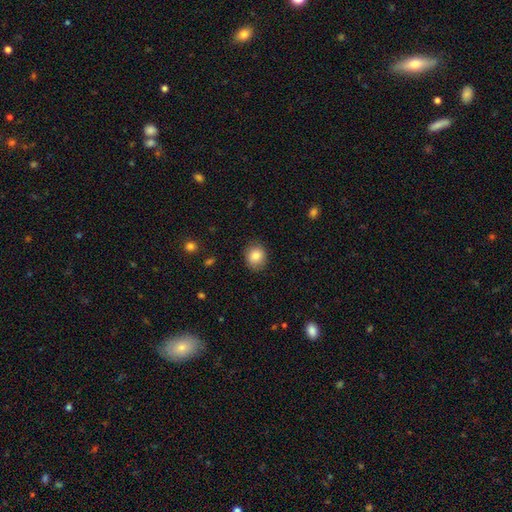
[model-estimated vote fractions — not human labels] Q: Smooth or featured?
A: smooth (83%); runner-up: star or artifact (9%)
Q: How rounded?
A: round (74%); runner-up: in between (25%)
Q: Merging?
A: none (86%); runner-up: minor disturbance (11%)